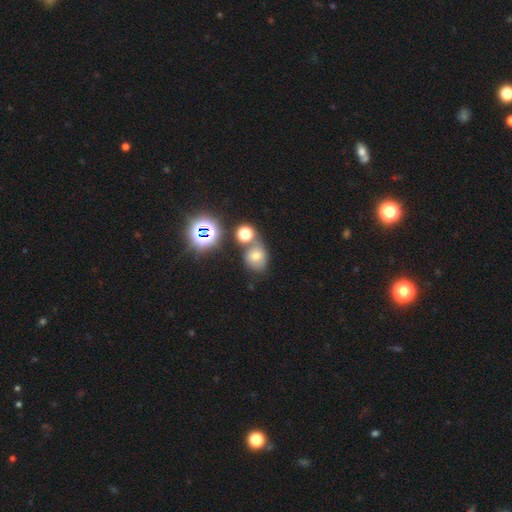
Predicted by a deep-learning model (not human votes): This is possibly a smooth galaxy (53%). How rounded: possibly round (51%). Merging: possibly none (52%).